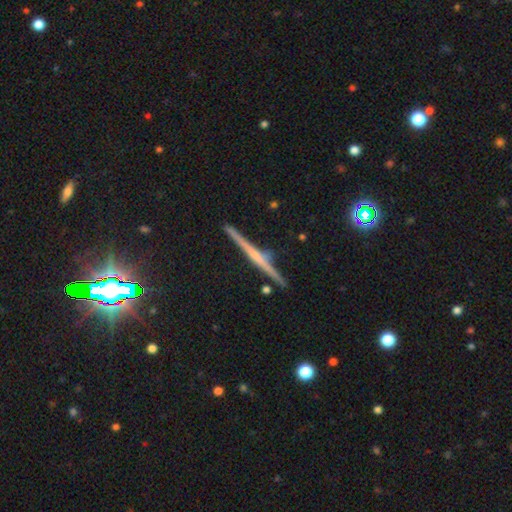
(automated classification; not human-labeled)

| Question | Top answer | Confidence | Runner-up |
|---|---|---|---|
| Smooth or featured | featured or disk | 75% | smooth (16%) |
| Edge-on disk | yes | 98% | no (2%) |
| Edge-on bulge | rounded | 45% | none (37%) |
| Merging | none | 90% | minor disturbance (7%) |